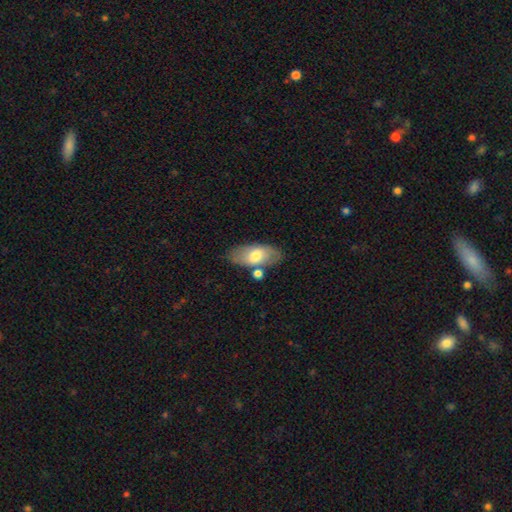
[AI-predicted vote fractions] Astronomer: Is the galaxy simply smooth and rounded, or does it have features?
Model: smooth — 65%.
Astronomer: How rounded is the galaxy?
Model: in between — 90%.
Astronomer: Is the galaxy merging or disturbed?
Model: none — 68%.